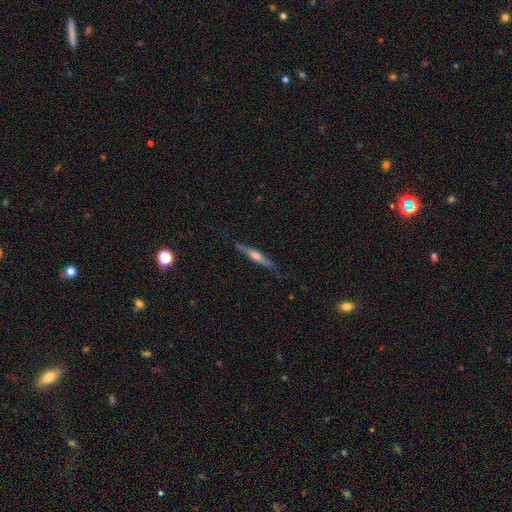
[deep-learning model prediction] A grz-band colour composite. It shows a featured or disk galaxy (68%) viewed edge-on (97%) with a rounded central bulge (76%). Merging: none (86%).